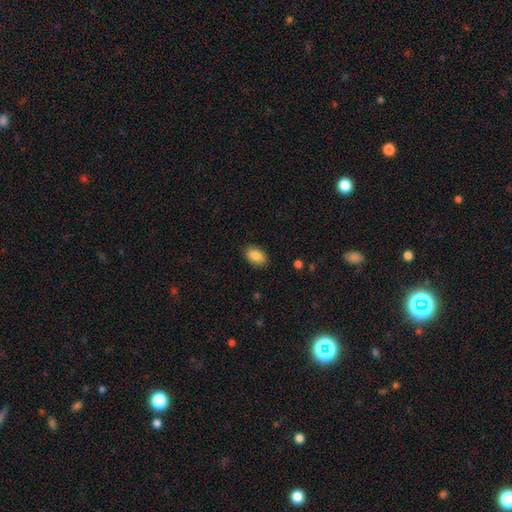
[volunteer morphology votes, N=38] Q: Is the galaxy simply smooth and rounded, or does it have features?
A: smooth — 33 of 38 (87%).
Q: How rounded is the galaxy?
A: in between — 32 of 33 (97%).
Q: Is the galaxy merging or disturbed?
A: none — 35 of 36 (97%).